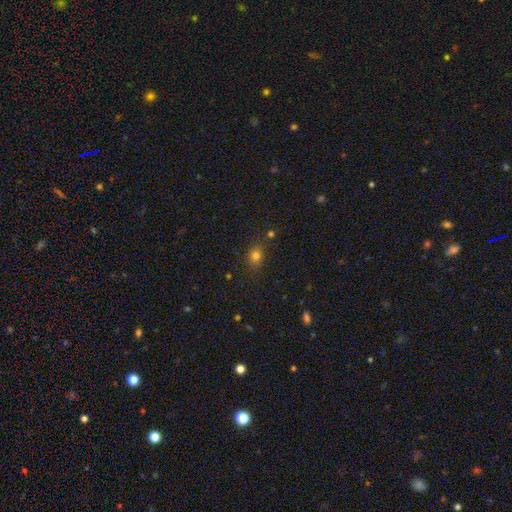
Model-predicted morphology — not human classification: smooth 74%, star or artifact 19%, featured or disk 7%. Down the decision tree: how rounded — round (68%); merging — none (76%).